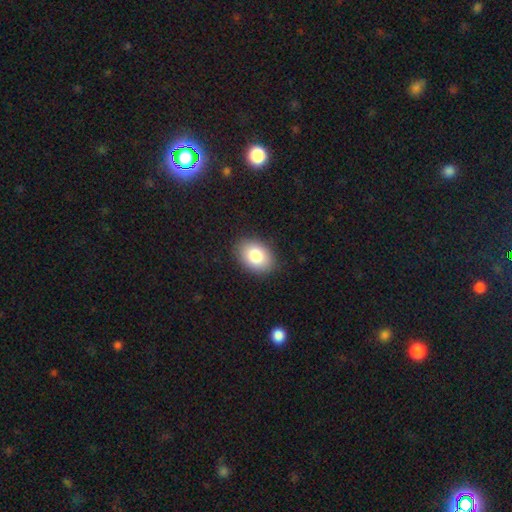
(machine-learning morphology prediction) Q: Smooth or featured?
A: smooth (84%); runner-up: featured or disk (8%)
Q: How rounded?
A: in between (76%); runner-up: round (23%)
Q: Merging?
A: none (88%); runner-up: minor disturbance (9%)